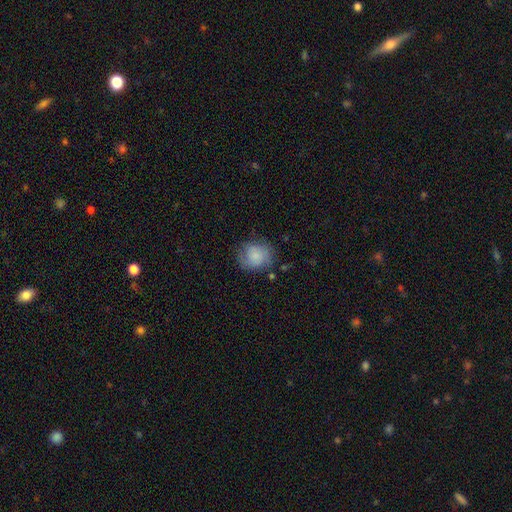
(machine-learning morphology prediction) smooth-or-featured: smooth: 73% | featured or disk: 19% | star or artifact: 8%
  how-rounded: round: 69% | in between: 30% | cigar-shaped: 1%
  merging: none: 64% | minor disturbance: 24% | major disturbance: 9% | merger: 2%